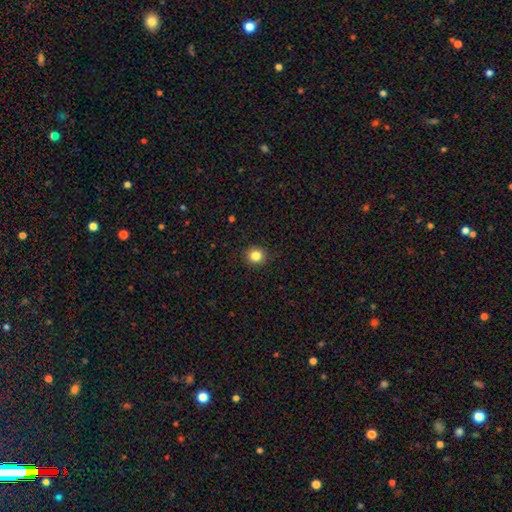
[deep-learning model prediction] Morphology: type=smooth (83%); roundness=round (89%); merging=none (90%).